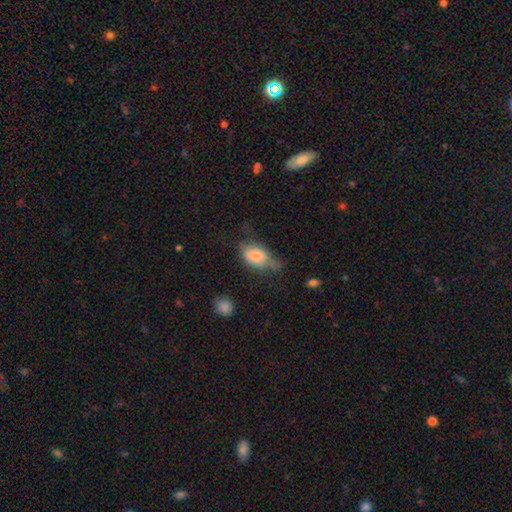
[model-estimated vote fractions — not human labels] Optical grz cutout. It shows a smooth galaxy with no disk features (71%) that is in between round and cigar-shaped (87%). Merging: minor disturbance (36%).